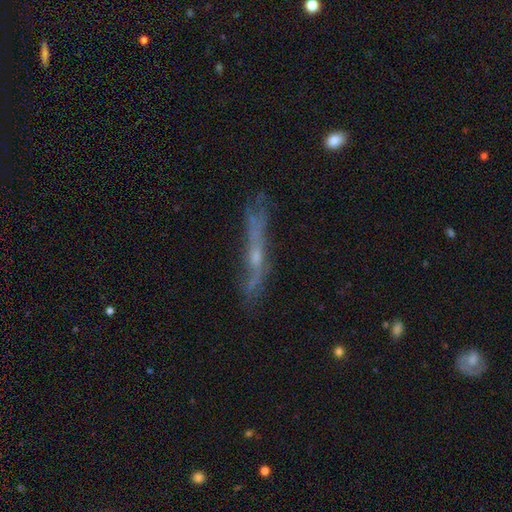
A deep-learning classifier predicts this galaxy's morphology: This is likely a featured or disk galaxy (65%). It is clearly viewed edge-on (85%). Edge-on bulge: likely rounded (62%). Merging: likely none (71%).